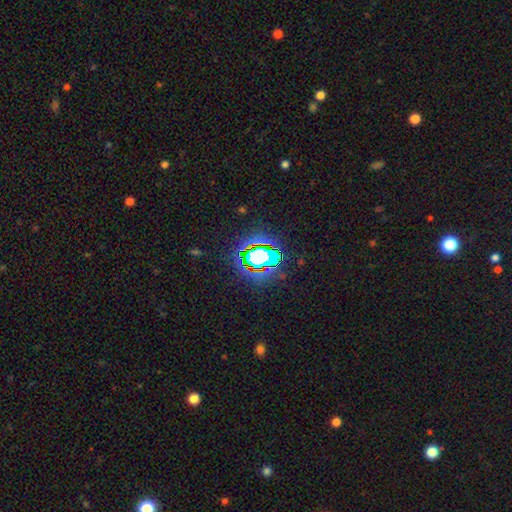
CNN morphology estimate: Overall: star or artifact (65%).